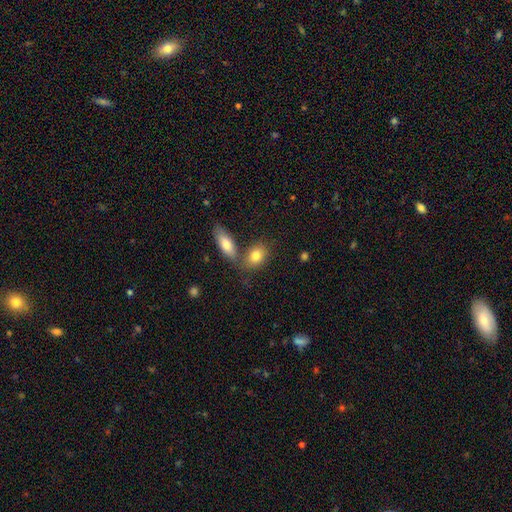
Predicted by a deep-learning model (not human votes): A smooth galaxy with no disk features (81%) that is in between round and cigar-shaped (72%).

Vote fractions:
- Smooth or featured? smooth: 81% / featured or disk: 11% / star or artifact: 8%
- How rounded? in between: 72% / round: 24% / cigar-shaped: 4%
- Merging? none: 53% / merger: 32% / minor disturbance: 11% / major disturbance: 4%